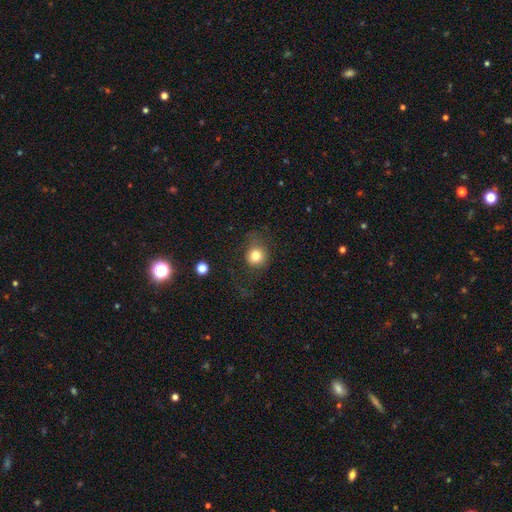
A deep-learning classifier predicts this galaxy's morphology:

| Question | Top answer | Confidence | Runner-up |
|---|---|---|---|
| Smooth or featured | smooth | 79% | star or artifact (11%) |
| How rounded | round | 84% | in between (15%) |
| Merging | none | 64% | minor disturbance (18%) |